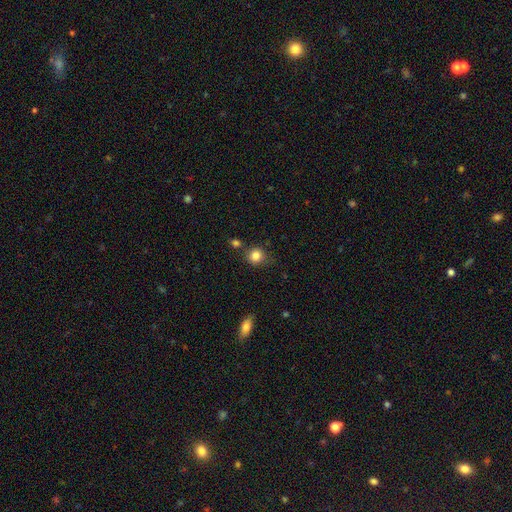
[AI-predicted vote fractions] Q: Smooth or featured?
A: smooth (83%); runner-up: star or artifact (11%)
Q: How rounded?
A: round (84%); runner-up: in between (15%)
Q: Merging?
A: none (74%); runner-up: minor disturbance (14%)